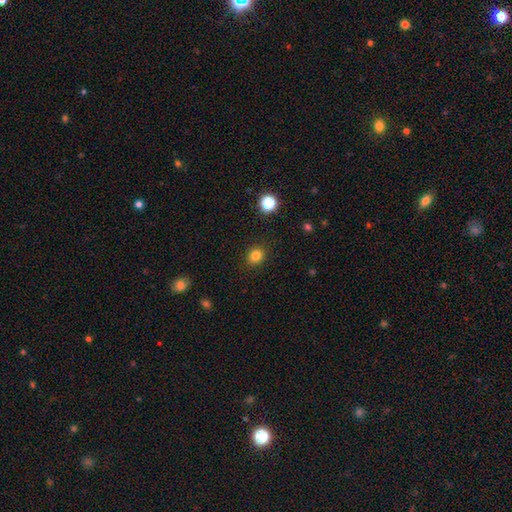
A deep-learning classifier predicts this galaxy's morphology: Smooth or featured?
  - smooth: 81% *
  - star or artifact: 13%
  - featured or disk: 5%
How rounded?
  - round: 71% *
  - in between: 28%
  - cigar-shaped: 1%
Merging?
  - none: 90% *
  - minor disturbance: 7%
  - major disturbance: 2%
  - merger: 1%